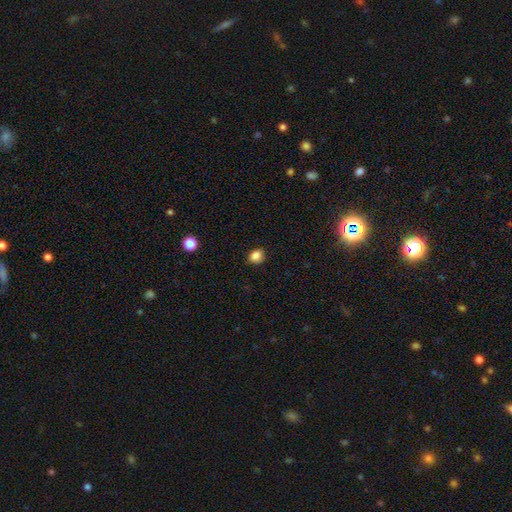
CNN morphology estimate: Q: Smooth or featured?
A: smooth (85%); runner-up: star or artifact (11%)
Q: How rounded?
A: round (70%); runner-up: in between (29%)
Q: Merging?
A: none (87%); runner-up: minor disturbance (10%)